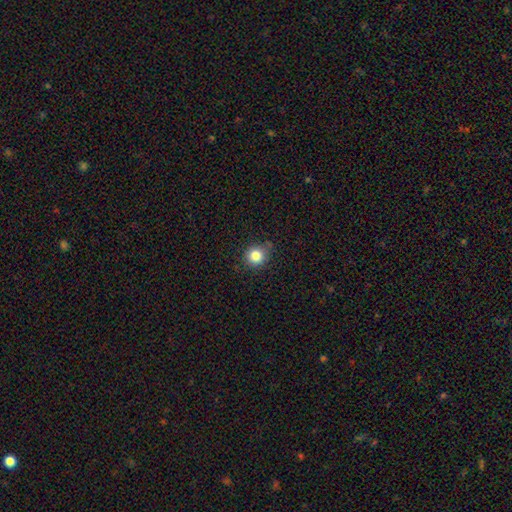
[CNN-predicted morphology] smooth 83%, star or artifact 12%, featured or disk 5%. Down the decision tree: how rounded — round (90%); merging — none (83%).